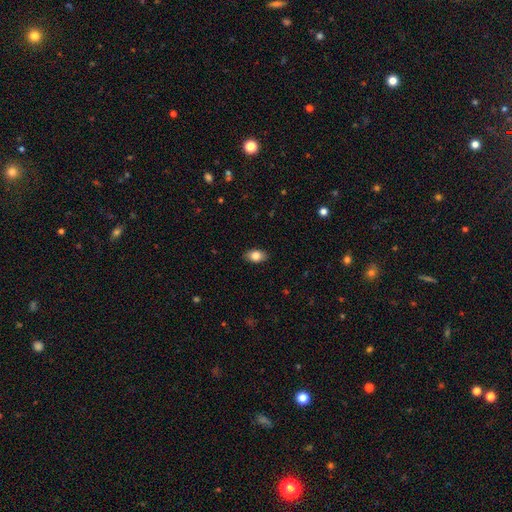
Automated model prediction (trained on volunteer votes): smooth_or_featured: smooth (p=0.83) [alt: featured or disk p=0.09]
how_rounded: in between (p=0.86) [alt: round p=0.12]
merging: none (p=0.88) [alt: minor disturbance p=0.09]